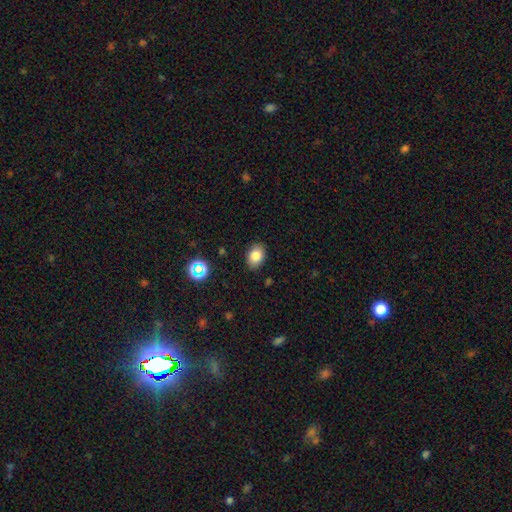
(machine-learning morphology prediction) A smooth galaxy with no disk features (83%) that is in between round and cigar-shaped (76%).

Vote fractions:
- Smooth or featured? smooth: 83% / star or artifact: 10% / featured or disk: 7%
- How rounded? in between: 76% / round: 23% / cigar-shaped: 1%
- Merging? none: 87% / minor disturbance: 10% / major disturbance: 2% / merger: 1%